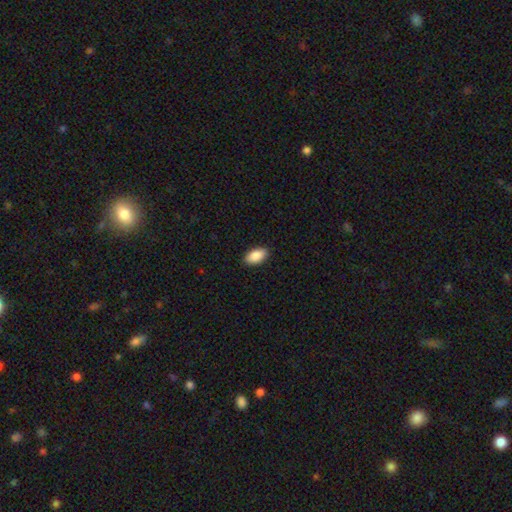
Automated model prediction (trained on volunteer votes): Smooth or featured? Predicted: smooth (p=0.89). How rounded? Predicted: in between (p=0.95). Merging? Predicted: none (p=0.90).